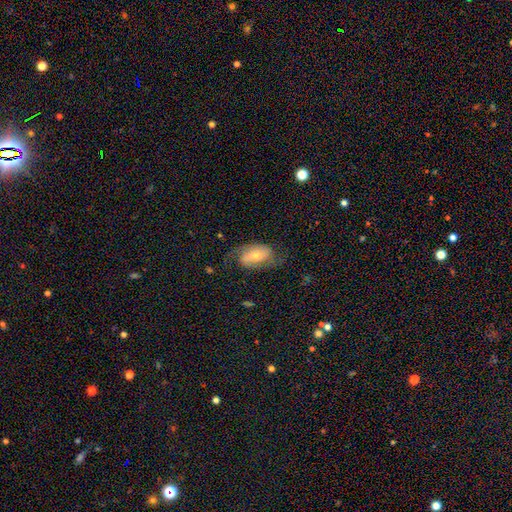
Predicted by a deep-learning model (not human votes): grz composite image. It shows a featured or disk galaxy (68%) with no bar (46%), 2 (85%) medium (42%) spiral arms (89%) and a small central bulge (48%). Merging: none (64%).